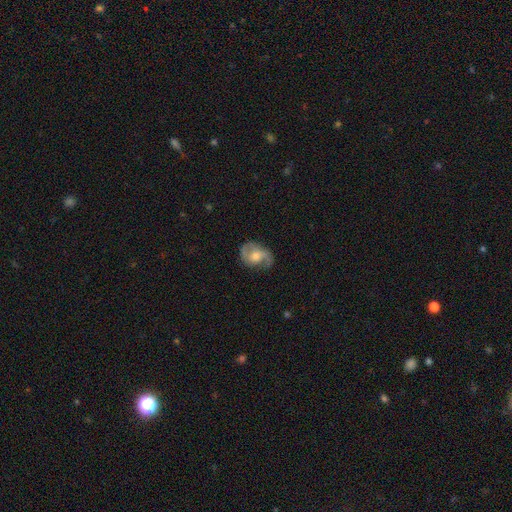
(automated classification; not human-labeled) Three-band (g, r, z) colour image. It shows a featured or disk galaxy (72%) with no bar (62%), 2 (81%) medium (48%) spiral arms (89%) and a moderate central bulge (57%). Merging: none (67%).